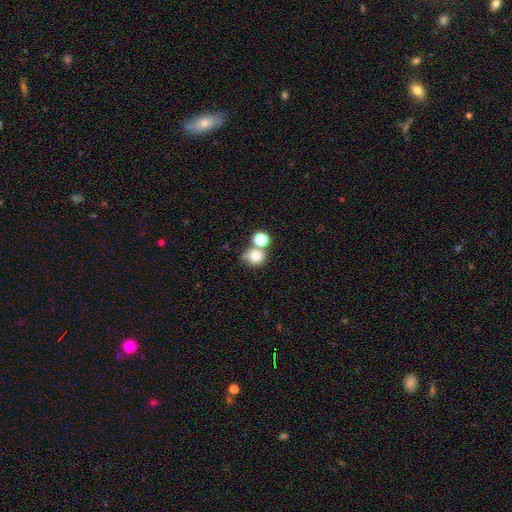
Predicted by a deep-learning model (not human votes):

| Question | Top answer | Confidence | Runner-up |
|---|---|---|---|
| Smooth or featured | smooth | 78% | star or artifact (13%) |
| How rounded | round | 80% | in between (19%) |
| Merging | none | 48% | merger (38%) |